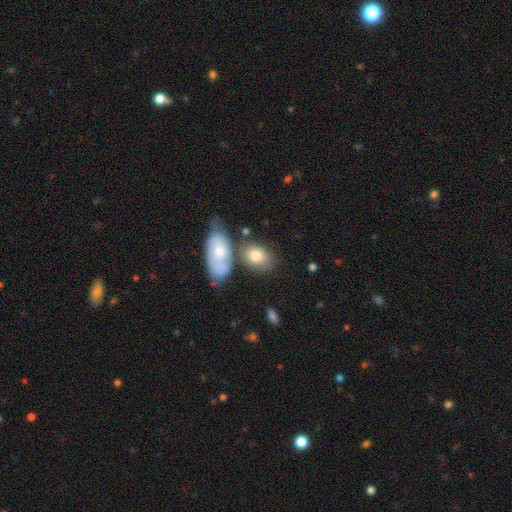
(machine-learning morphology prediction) smooth 78%, featured or disk 15%, star or artifact 7%. Down the decision tree: how rounded — in between (74%); merging — none (51%).